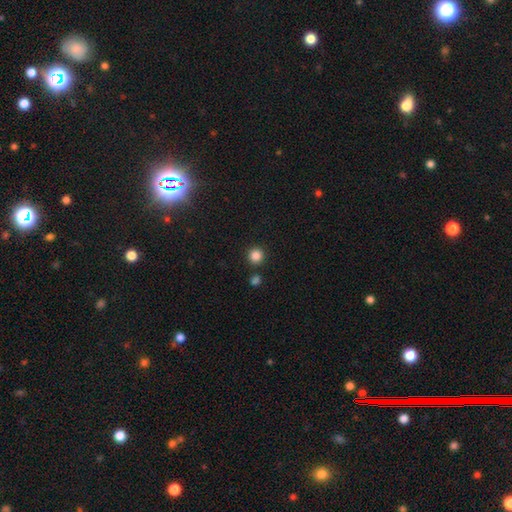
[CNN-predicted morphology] smooth 86%, star or artifact 11%, featured or disk 3%. Down the decision tree: how rounded — round (94%); merging — none (86%).